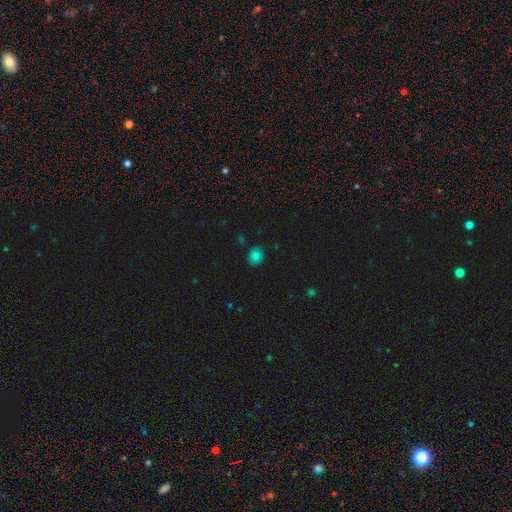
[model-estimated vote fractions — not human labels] This is likely a smooth galaxy (75%). How rounded: likely round (66%). Merging: clearly none (87%).